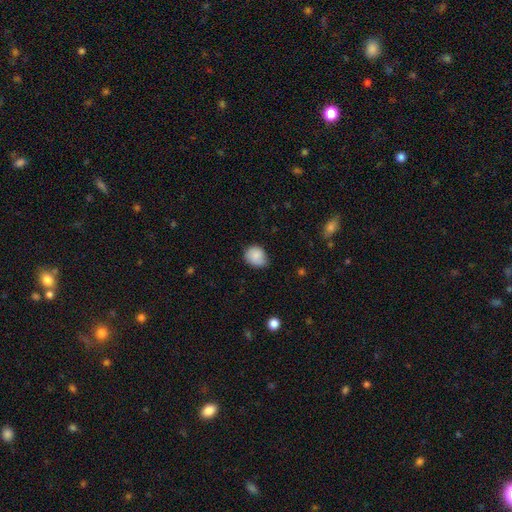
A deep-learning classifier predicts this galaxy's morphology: Overall: smooth (80%). How rounded: round (61%; in between 38%). Merging: none (60%; minor disturbance 33%).